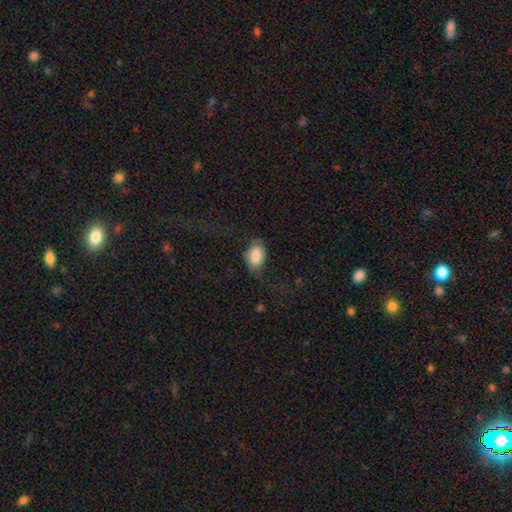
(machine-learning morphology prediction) Smooth or featured? smooth (79%)
How rounded? in between (90%)
Merging? none (52%)